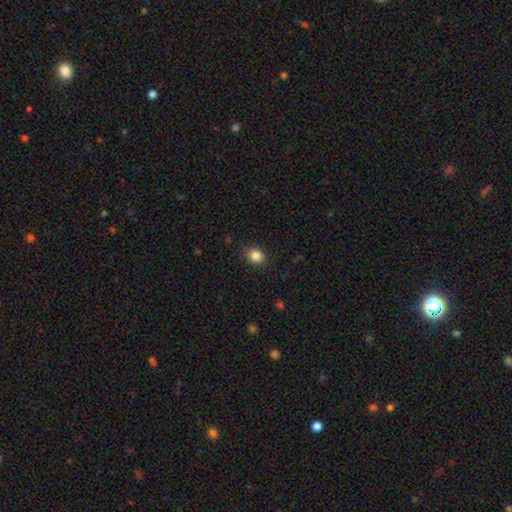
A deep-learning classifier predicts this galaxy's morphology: Q: Smooth or featured?
A: smooth (85%); runner-up: star or artifact (10%)
Q: How rounded?
A: round (67%); runner-up: in between (32%)
Q: Merging?
A: none (88%); runner-up: minor disturbance (8%)